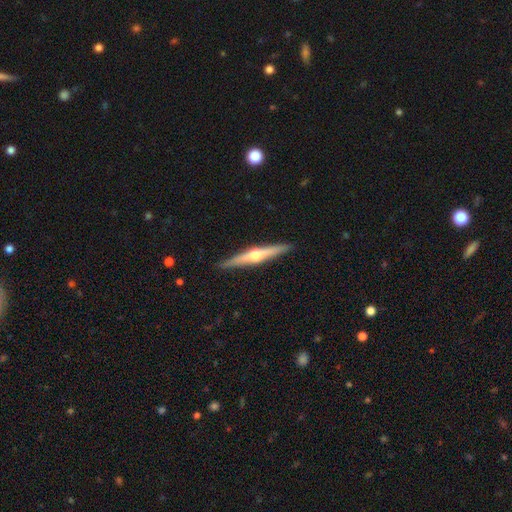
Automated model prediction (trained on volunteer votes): Smooth or featured: featured or disk — 73% (smooth — 22%)
Edge-on disk: yes — 97% (no — 3%)
Edge-on bulge: rounded — 94% (none — 3%)
Merging: none — 91% (minor disturbance — 7%)